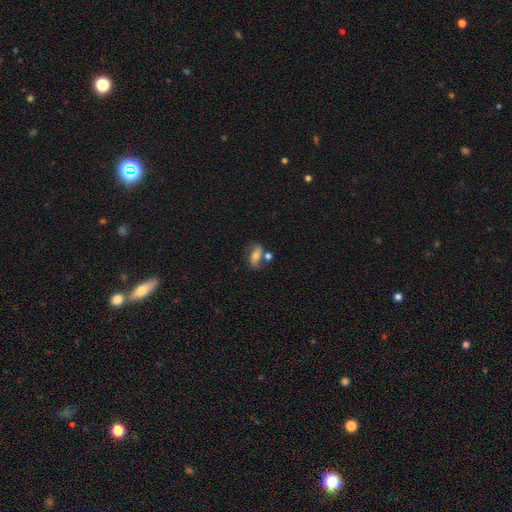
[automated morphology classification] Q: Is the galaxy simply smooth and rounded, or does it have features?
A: smooth — 57%.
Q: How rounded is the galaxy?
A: in between — 79%.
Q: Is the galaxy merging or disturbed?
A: none — 51%.